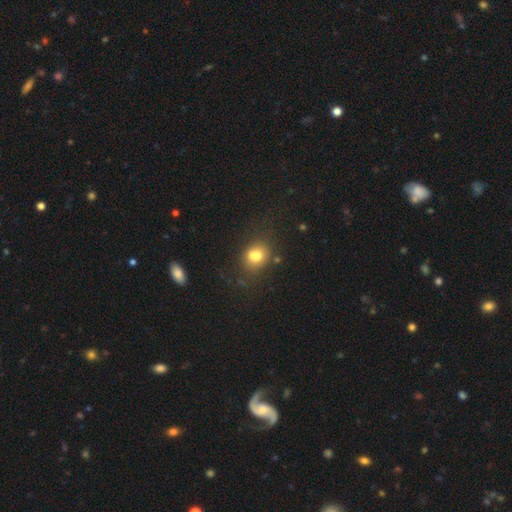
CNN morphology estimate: Smooth or featured? Predicted: smooth (p=0.76). How rounded? Predicted: round (p=0.59). Merging? Predicted: none (p=0.61).